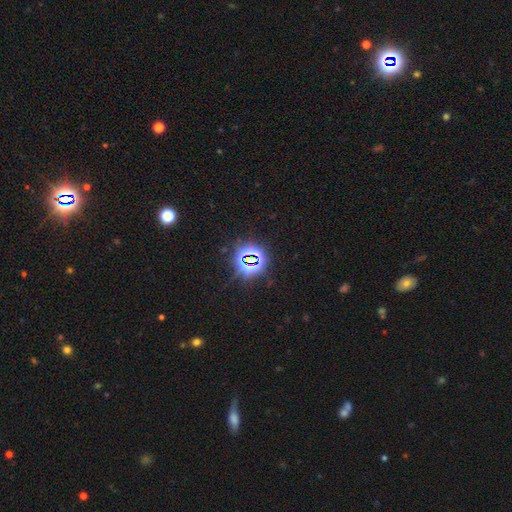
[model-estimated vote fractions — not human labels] This appears to be a star or artifact, not a galaxy (80%).